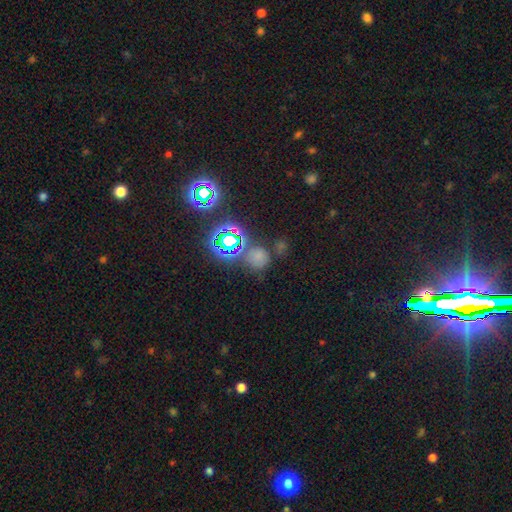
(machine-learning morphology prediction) This appears to be a smooth galaxy with no disk features (48%). Merging: none (67%).